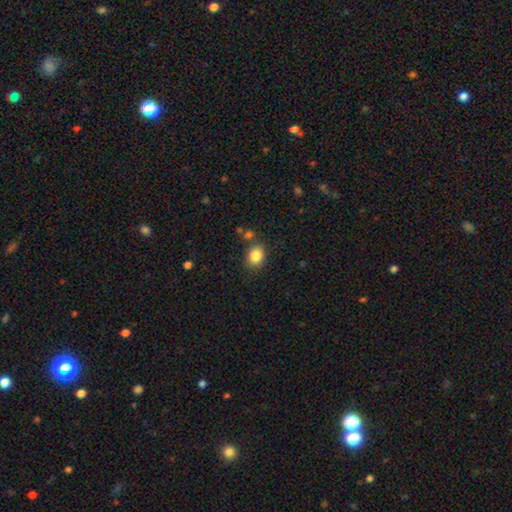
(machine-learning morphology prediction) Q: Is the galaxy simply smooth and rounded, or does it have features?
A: smooth — 85%.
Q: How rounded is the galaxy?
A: round — 58%.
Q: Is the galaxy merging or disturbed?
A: none — 76%.